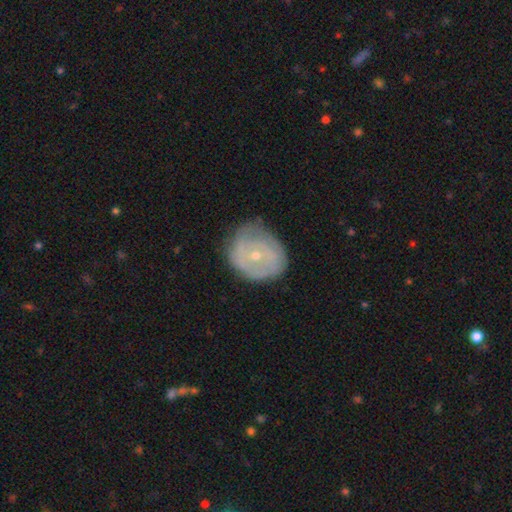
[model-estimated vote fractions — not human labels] featured or disk 61%, smooth 31%, star or artifact 8%. Down the decision tree: edge-on disk — no (96%); bar — no (76%); spiral arms — yes (68%); bulge size — small (70%); merging — none (64%).